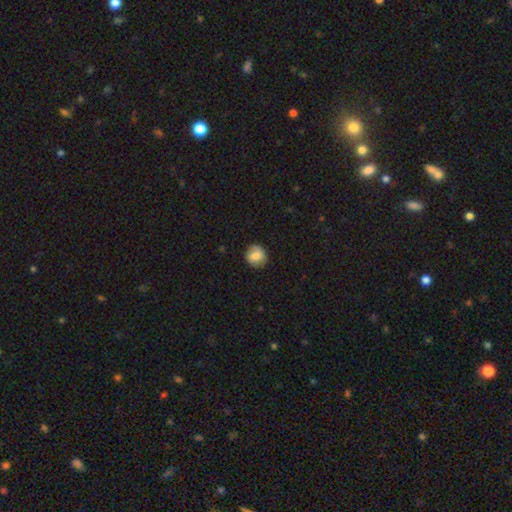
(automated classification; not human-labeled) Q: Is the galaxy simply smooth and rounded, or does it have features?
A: smooth — 76%.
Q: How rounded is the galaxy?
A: round — 86%.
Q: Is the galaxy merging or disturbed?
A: none — 81%.